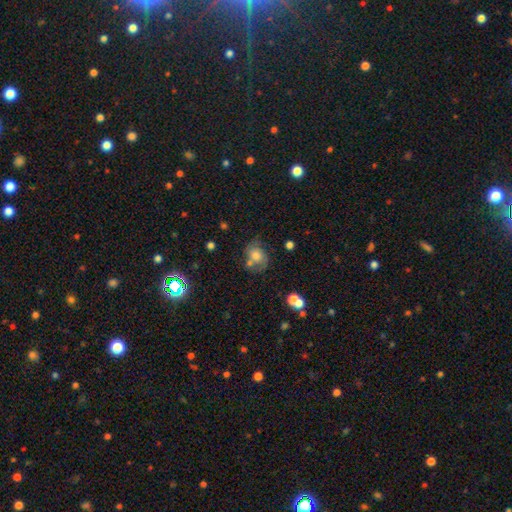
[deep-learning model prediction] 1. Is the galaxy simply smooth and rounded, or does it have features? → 46% featured or disk, 44% smooth, 10% star or artifact.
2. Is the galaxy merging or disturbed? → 49% none, 24% minor disturbance, 14% major disturbance, 13% merger.